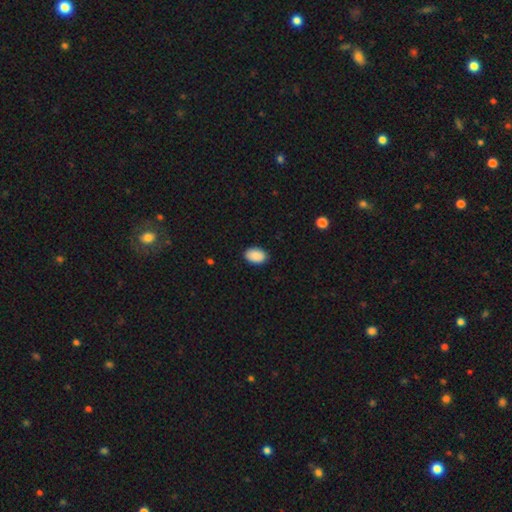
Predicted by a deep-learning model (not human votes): smooth_or_featured: smooth (p=0.91) [alt: star or artifact p=0.07]
how_rounded: in between (p=0.89) [alt: round p=0.10]
merging: none (p=0.90) [alt: minor disturbance p=0.07]